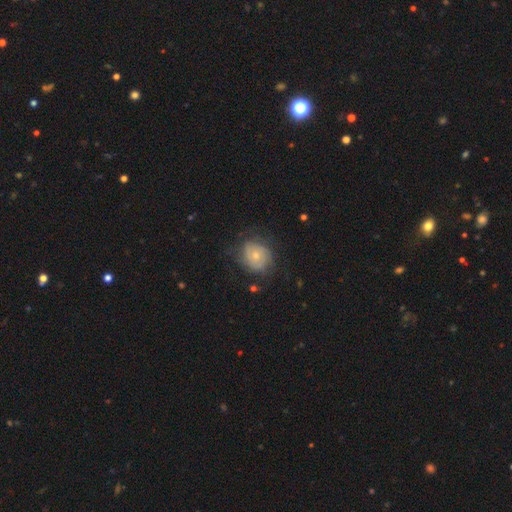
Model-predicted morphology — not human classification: Smooth or featured: featured or disk — 58% (smooth — 34%)
Edge-on disk: no — 97% (yes — 3%)
Bar: no — 80% (weak — 17%)
Spiral arms: yes — 79% (no — 21%)
Bulge size: small — 53% (moderate — 42%)
Merging: none — 64% (minor disturbance — 23%)